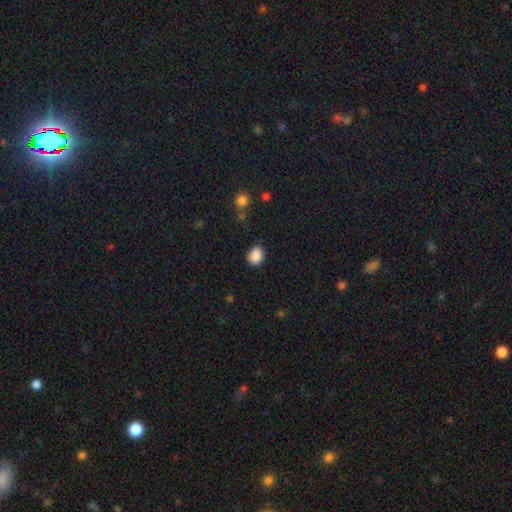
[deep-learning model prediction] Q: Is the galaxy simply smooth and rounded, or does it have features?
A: smooth — 88%.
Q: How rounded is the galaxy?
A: round — 59%.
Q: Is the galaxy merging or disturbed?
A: none — 84%.